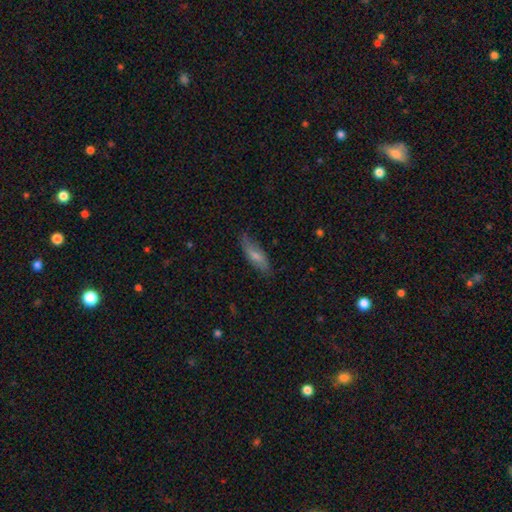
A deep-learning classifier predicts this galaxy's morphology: Smooth or featured?
  - smooth: 62% *
  - featured or disk: 32%
  - star or artifact: 6%
How rounded?
  - in between: 60% *
  - cigar-shaped: 37%
  - round: 2%
Merging?
  - none: 67% *
  - minor disturbance: 26%
  - major disturbance: 6%
  - merger: 2%